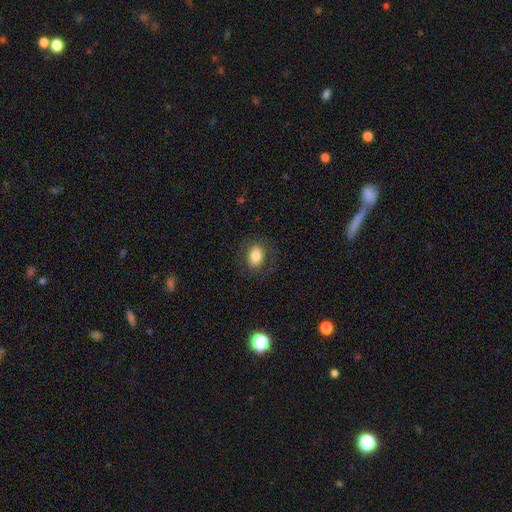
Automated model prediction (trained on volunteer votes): A smooth galaxy with no disk features (80%) that is in between round and cigar-shaped (78%).

Vote fractions:
- Smooth or featured? smooth: 80% / featured or disk: 12% / star or artifact: 8%
- How rounded? in between: 78% / round: 20% / cigar-shaped: 2%
- Merging? none: 80% / minor disturbance: 13% / major disturbance: 6% / merger: 1%